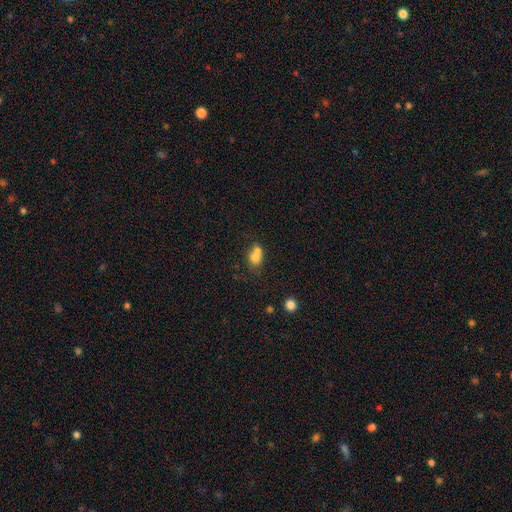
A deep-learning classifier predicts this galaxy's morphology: smooth_or_featured: smooth (p=0.72) [alt: featured or disk p=0.17]
how_rounded: round (p=0.52) [alt: in between p=0.46]
merging: merger (p=0.60) [alt: none p=0.26]